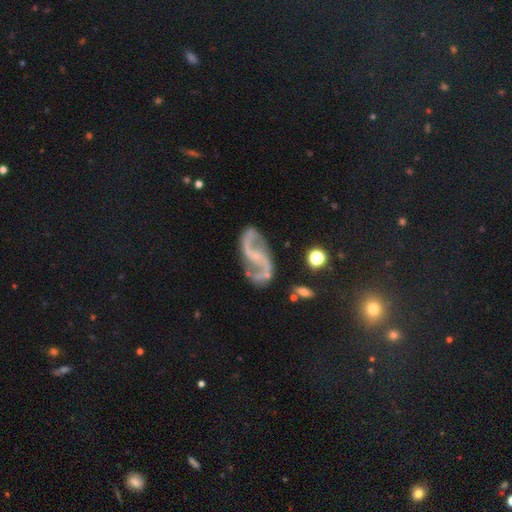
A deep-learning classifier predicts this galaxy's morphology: A featured or disk galaxy (91%) with no bar (46%), 2 (93%) loose (54%) spiral arms (97%) and a small central bulge (60%).

Vote fractions:
- Smooth or featured? featured or disk: 91% / star or artifact: 5% / smooth: 4%
- Edge-on disk? no: 97% / yes: 3%
- Bar? no: 46% / weak: 39% / strong: 15%
- Spiral arms? yes: 97% / no: 3%
- Spiral winding? loose: 54% / medium: 37% / tight: 9%
- Spiral arm count? 2: 93% / can't tell: 2% / 1: 1% / 3: 1% / 4: 1% / more than 4: 1%
- Bulge size? small: 60% / none: 27% / moderate: 11% / large: 1% / dominant: 1%
- Merging? none: 71% / minor disturbance: 16% / major disturbance: 8% / merger: 4%